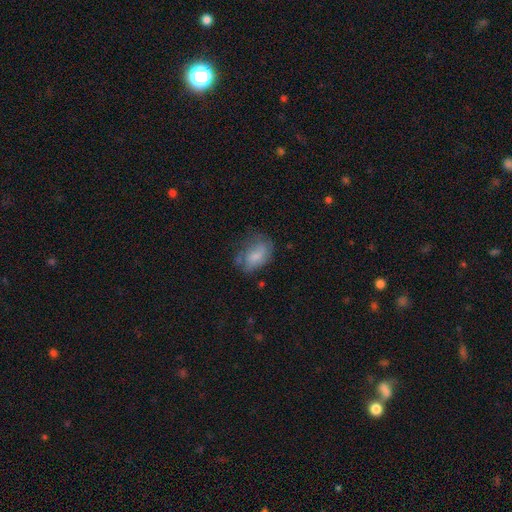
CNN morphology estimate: The model was most divided on "merging": none: 47%, minor disturbance: 31%, major disturbance: 19%, merger: 3%. More confident: how rounded — in between (83%); smooth or featured — smooth (66%).